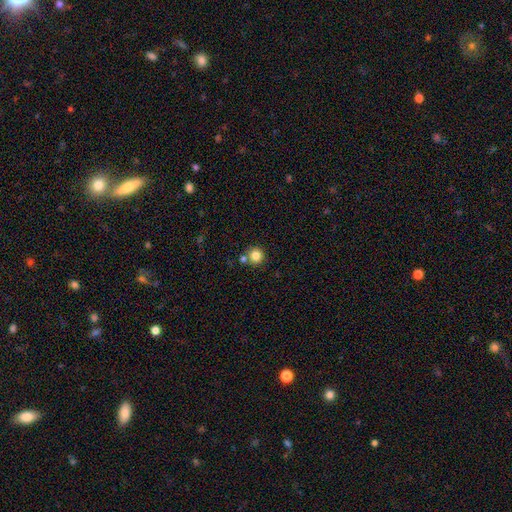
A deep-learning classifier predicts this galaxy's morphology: The model was most divided on "merging": none: 72%, merger: 17%, minor disturbance: 8%, major disturbance: 3%. More confident: how rounded — round (93%); smooth or featured — smooth (82%).